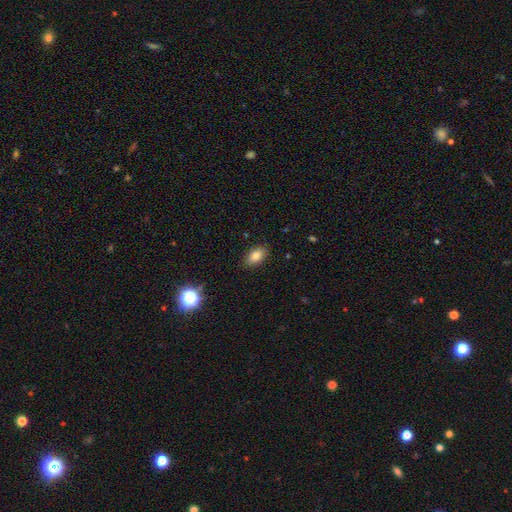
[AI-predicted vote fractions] Overall: smooth (84%). How rounded: in between (89%). Merging: none (86%).